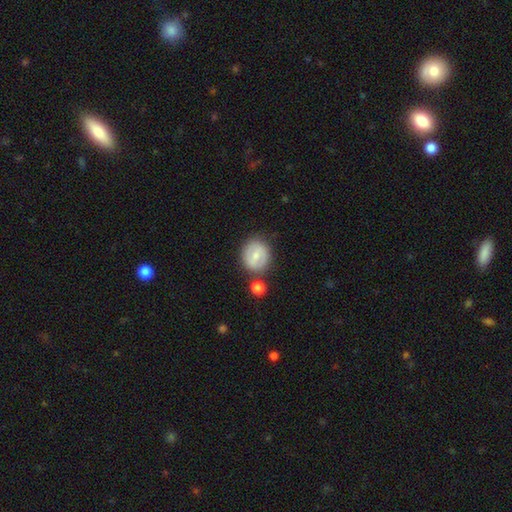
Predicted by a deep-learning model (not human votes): Smooth or featured? smooth (57%)
How rounded? round (70%)
Merging? none (71%)